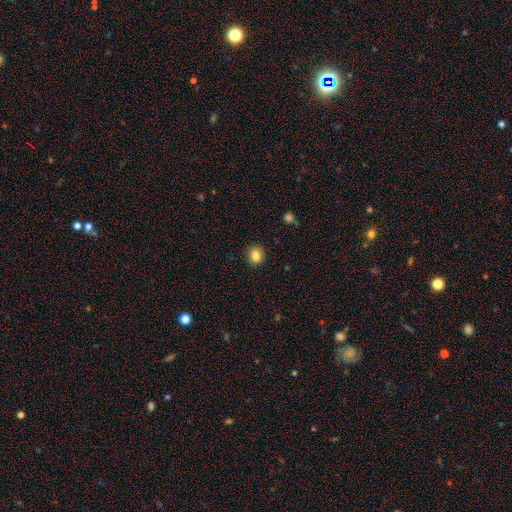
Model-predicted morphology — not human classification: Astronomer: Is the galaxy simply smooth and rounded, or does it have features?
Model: smooth — 84%.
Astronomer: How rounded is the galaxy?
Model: round — 69%.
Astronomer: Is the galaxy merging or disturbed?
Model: none — 89%.